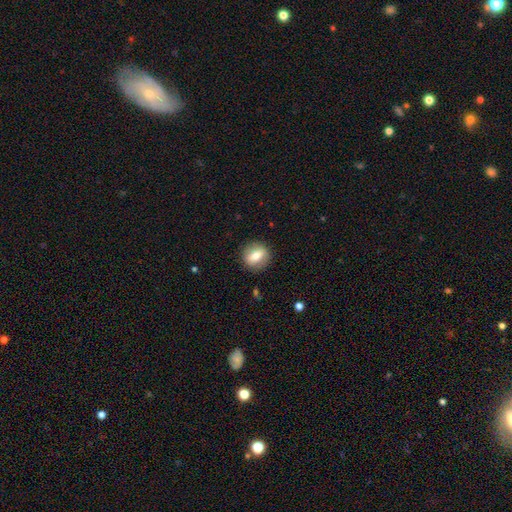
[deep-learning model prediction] Morphology: type=smooth (64%); roundness=round (77%); merging=none (87%).